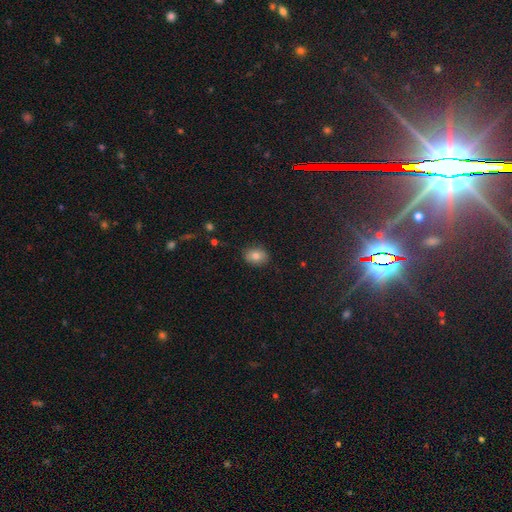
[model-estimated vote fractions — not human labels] smooth 80%, featured or disk 10%, star or artifact 10%. Down the decision tree: how rounded — in between (65%); merging — none (86%).